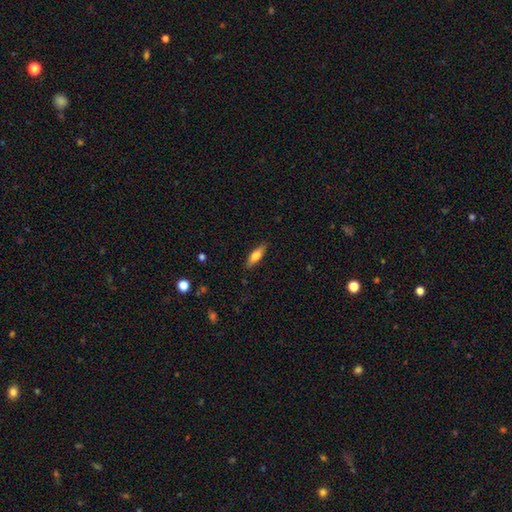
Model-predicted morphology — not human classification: type=smooth (70%); roundness=in between (49%, tied with cigar-shaped); merging=none (86%).